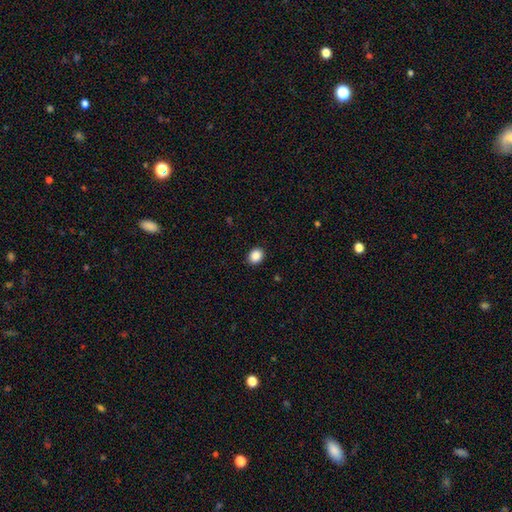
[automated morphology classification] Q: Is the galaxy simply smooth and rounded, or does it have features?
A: smooth — 88%.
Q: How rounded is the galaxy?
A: round — 56%.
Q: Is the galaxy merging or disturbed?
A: none — 91%.